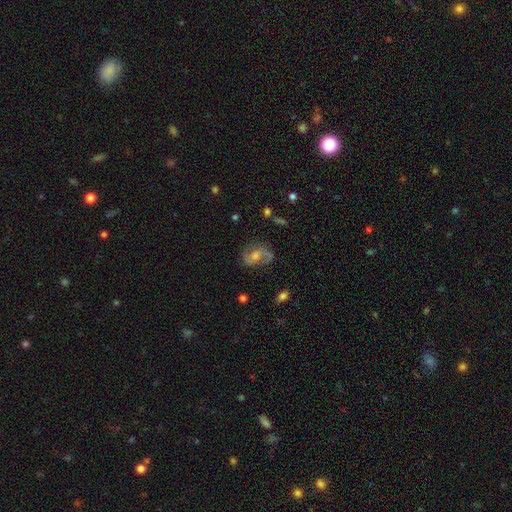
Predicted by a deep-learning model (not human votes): Overall: featured or disk (73%). Edge-on disk: no (97%). Bar: no (52%; weak 38%). Spiral arms: yes (91%). Spiral arm count: 2 (85%). Spiral winding: medium (49%; loose 34%). Bulge size: moderate (42%; small 39%). Merging: none (65%).